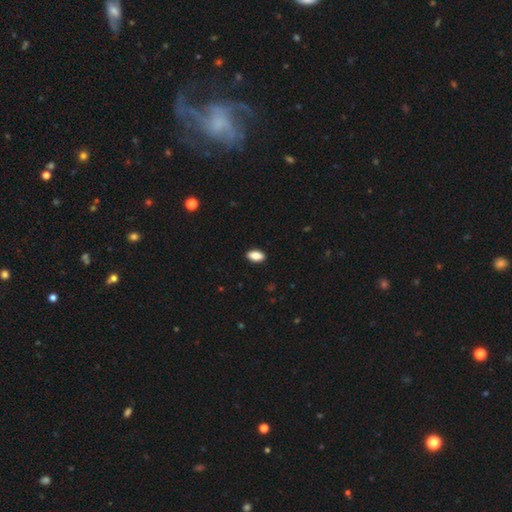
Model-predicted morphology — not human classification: smooth_or_featured: smooth (p=0.85) [alt: featured or disk p=0.08]
how_rounded: in between (p=0.91) [alt: cigar-shaped p=0.05]
merging: none (p=0.90) [alt: minor disturbance p=0.07]